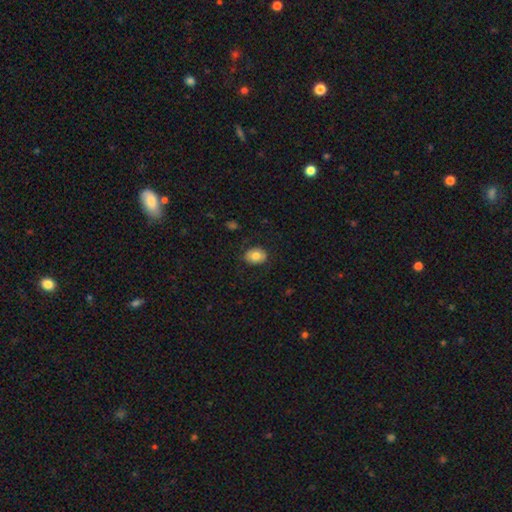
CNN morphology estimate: Overall: smooth (79%). How rounded: in between (61%; round 38%). Merging: none (81%).